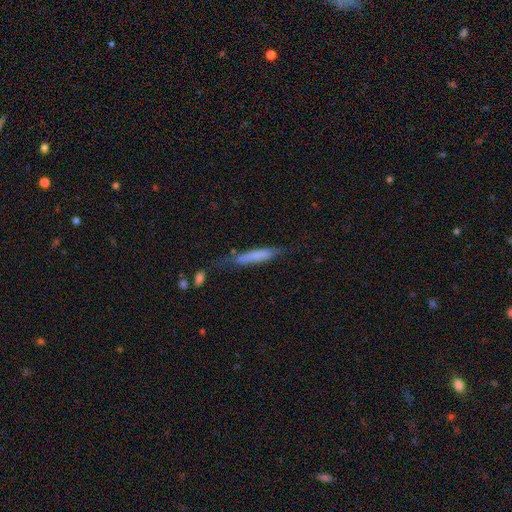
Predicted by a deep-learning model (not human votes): A smooth galaxy with no disk features (65%) that is cigar-shaped (91%).

Vote fractions:
- Smooth or featured? smooth: 65% / featured or disk: 28% / star or artifact: 7%
- How rounded? cigar-shaped: 91% / in between: 7% / round: 1%
- Merging? none: 60% / minor disturbance: 25% / major disturbance: 9% / merger: 5%